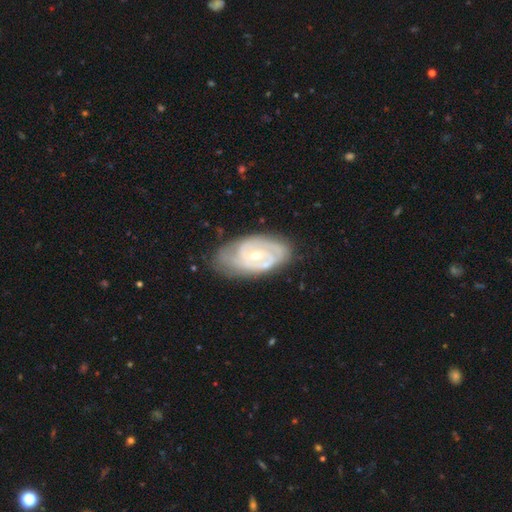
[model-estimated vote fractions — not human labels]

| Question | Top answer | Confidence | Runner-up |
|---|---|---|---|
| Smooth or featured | featured or disk | 84% | smooth (11%) |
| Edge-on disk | no | 96% | yes (4%) |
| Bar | no | 48% | weak (41%) |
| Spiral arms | yes | 93% | no (7%) |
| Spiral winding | tight | 67% | medium (28%) |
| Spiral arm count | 2 | 52% | can't tell (24%) |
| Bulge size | small | 50% | moderate (46%) |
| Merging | none | 68% | minor disturbance (24%) |